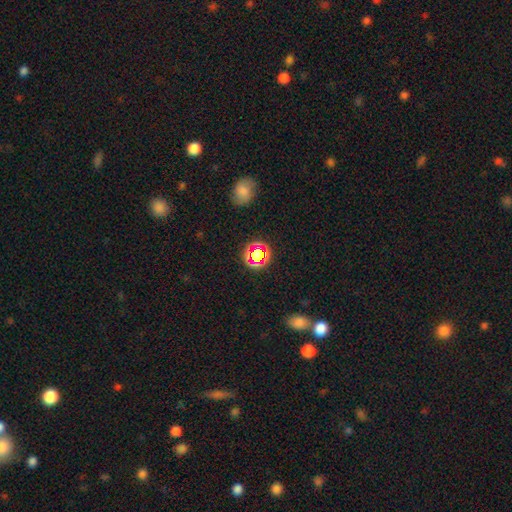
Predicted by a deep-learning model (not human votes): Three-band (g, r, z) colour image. It shows a star or artifact, not a galaxy (48%).